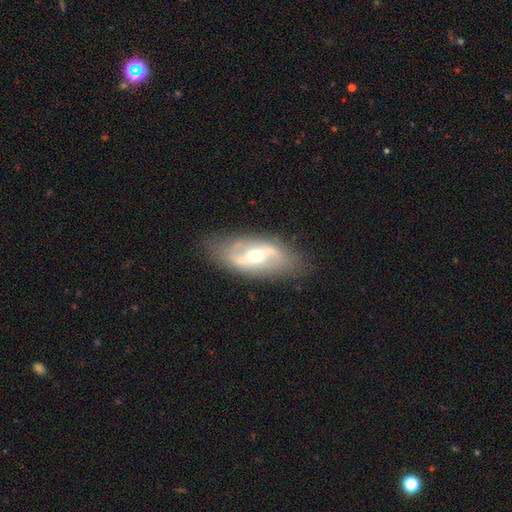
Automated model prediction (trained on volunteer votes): The model was most divided on "bar": weak: 39%, strong: 35%, no: 25%. More confident: edge-on disk — no (92%); spiral arm count — 2 (88%); spiral arms — yes (83%); merging — none (80%); smooth or featured — featured or disk (78%); spiral winding — loose (61%); bulge size — moderate (60%).